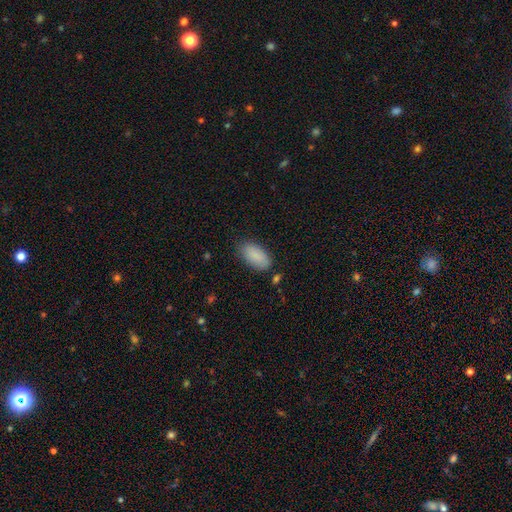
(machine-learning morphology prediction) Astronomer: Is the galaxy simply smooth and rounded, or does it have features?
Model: smooth — 88%.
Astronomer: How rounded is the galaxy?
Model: in between — 93%.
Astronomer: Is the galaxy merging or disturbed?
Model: none — 77%.